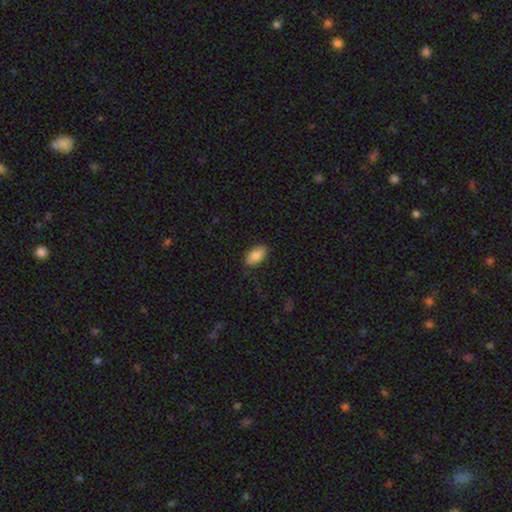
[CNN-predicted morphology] smooth-or-featured: smooth: 85% | featured or disk: 8% | star or artifact: 7%
  how-rounded: in between: 93% | round: 4% | cigar-shaped: 3%
  merging: none: 85% | minor disturbance: 11% | major disturbance: 2% | merger: 1%